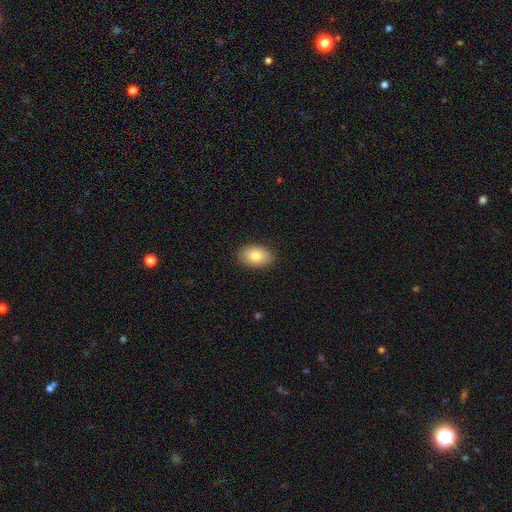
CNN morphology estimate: Smooth or featured? smooth (84%)
How rounded? in between (89%)
Merging? none (89%)